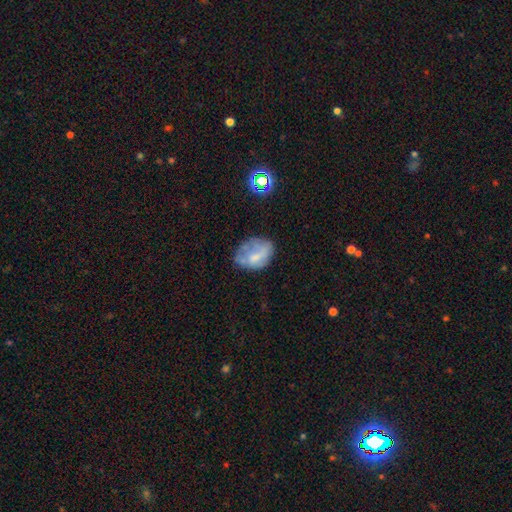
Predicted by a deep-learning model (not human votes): A smooth galaxy with no disk features (56%) that is in between round and cigar-shaped (70%). Merging: none (49%).